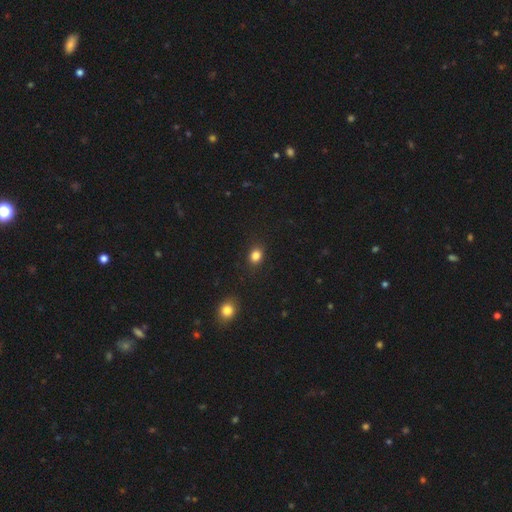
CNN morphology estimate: Smooth or featured?
  - smooth: 83% *
  - star or artifact: 12%
  - featured or disk: 5%
How rounded?
  - round: 51% *
  - in between: 48%
  - cigar-shaped: 1%
Merging?
  - none: 88% *
  - minor disturbance: 8%
  - major disturbance: 2%
  - merger: 1%